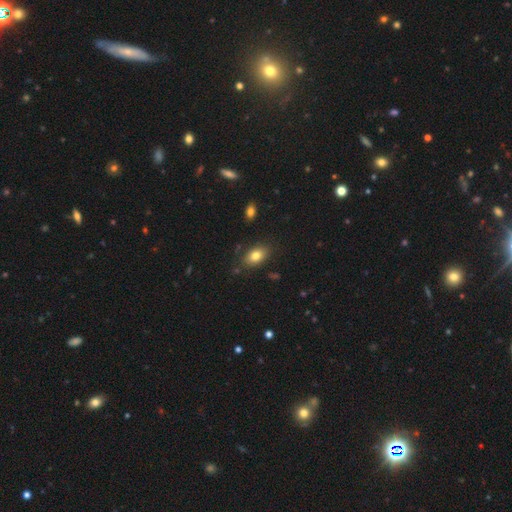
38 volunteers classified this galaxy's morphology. smooth-or-featured: smooth: 79% | featured or disk: 16% | star or artifact: 5%
  how-rounded: in between: 93% | round: 7% | cigar-shaped: 0%
  merging: none: 89% | minor disturbance: 8% | major disturbance: 3% | merger: 0%